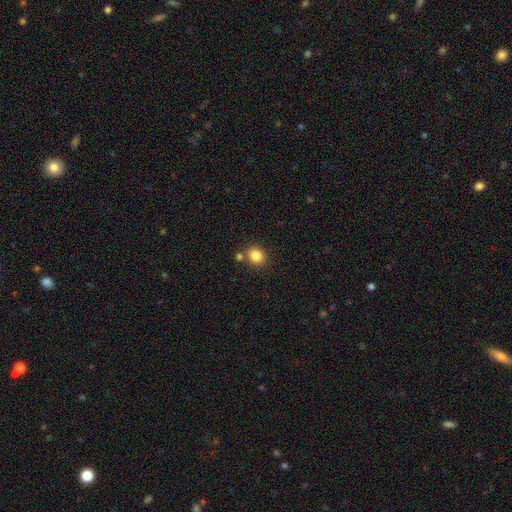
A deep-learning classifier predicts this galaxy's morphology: smooth 83%, star or artifact 11%, featured or disk 6%. Down the decision tree: how rounded — round (76%); merging — none (76%).